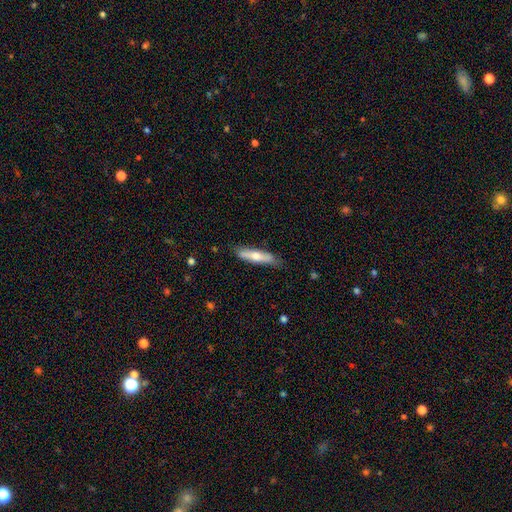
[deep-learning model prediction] Morphology: type=smooth (58%); roundness=cigar-shaped (80%); merging=none (80%).